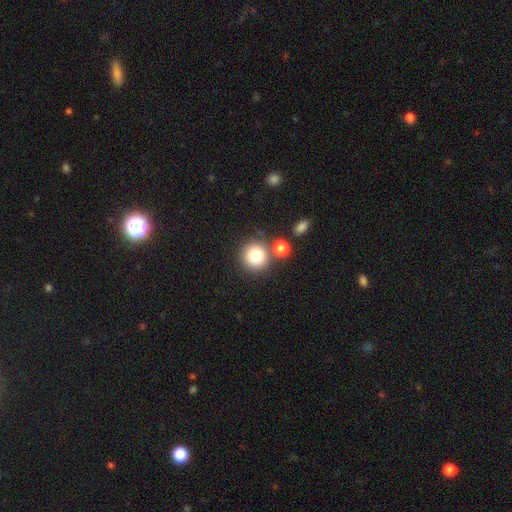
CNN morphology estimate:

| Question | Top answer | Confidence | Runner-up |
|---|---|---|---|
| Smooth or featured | smooth | 82% | star or artifact (11%) |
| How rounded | round | 92% | in between (7%) |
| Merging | none | 74% | merger (14%) |